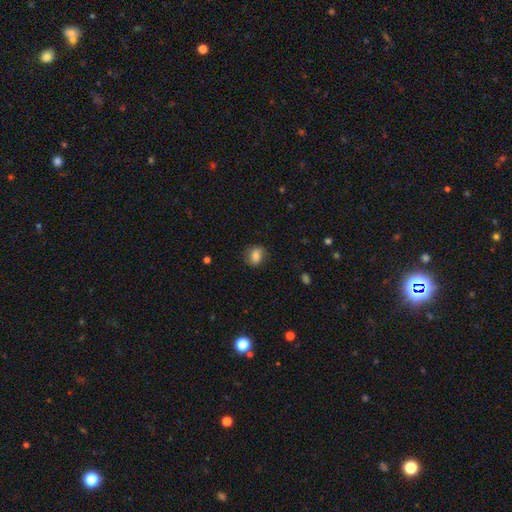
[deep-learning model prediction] This is likely a smooth galaxy (73%). How rounded: possibly round (52%). Merging: likely none (77%).